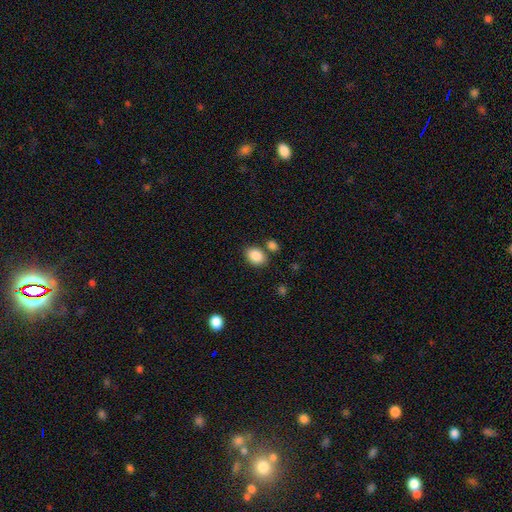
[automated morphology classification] Overall: smooth (88%). How rounded: in between (72%). Merging: none (73%).